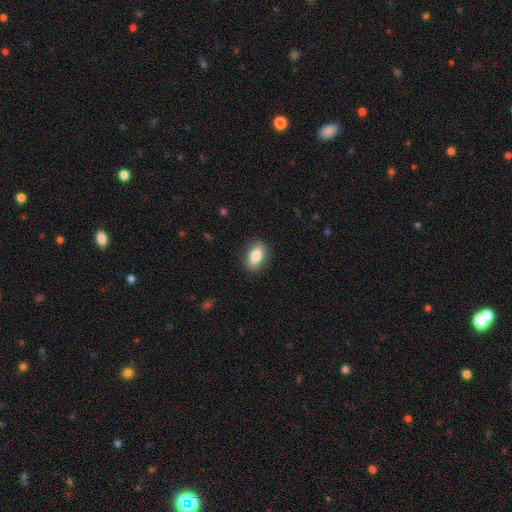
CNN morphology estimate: type=smooth (84%); roundness=in between (87%); merging=none (87%).